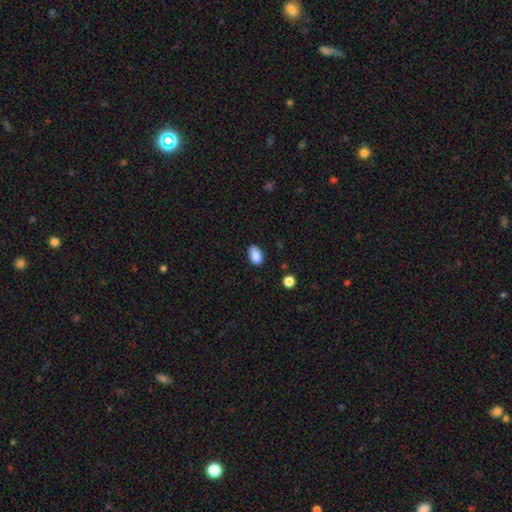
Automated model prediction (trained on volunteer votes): This appears to be a smooth galaxy with no disk features (87%) that is in between round and cigar-shaped (91%). Merging: none (77%).